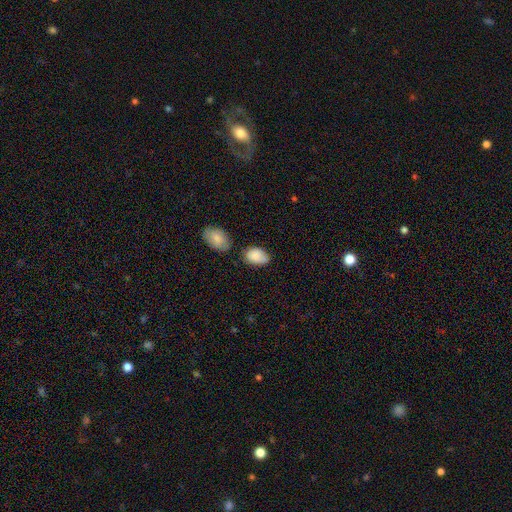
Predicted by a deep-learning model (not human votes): Smooth or featured?
  - smooth: 85% *
  - featured or disk: 8%
  - star or artifact: 7%
How rounded?
  - in between: 91% *
  - round: 8%
  - cigar-shaped: 1%
Merging?
  - none: 58% *
  - minor disturbance: 27%
  - merger: 9%
  - major disturbance: 6%